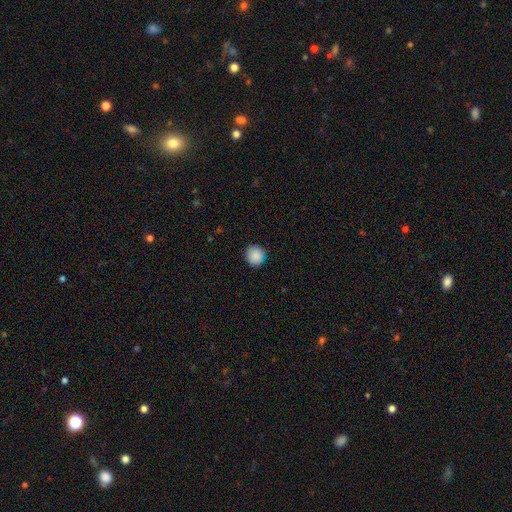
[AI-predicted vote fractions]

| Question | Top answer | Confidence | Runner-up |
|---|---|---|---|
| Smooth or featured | smooth | 88% | star or artifact (8%) |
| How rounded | round | 91% | in between (8%) |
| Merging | none | 88% | minor disturbance (9%) |